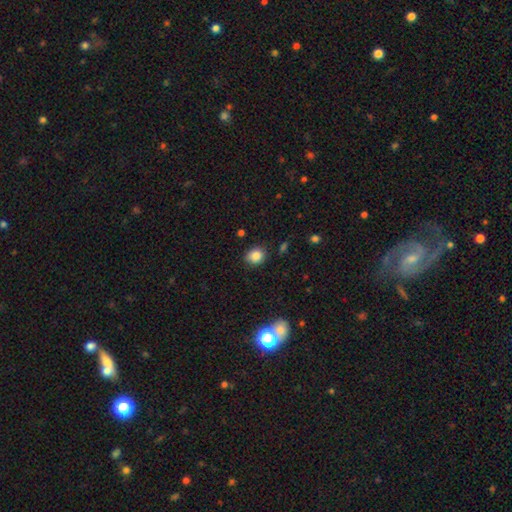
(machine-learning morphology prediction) Smooth or featured?
  - smooth: 85% *
  - star or artifact: 10%
  - featured or disk: 5%
How rounded?
  - round: 70% *
  - in between: 29%
  - cigar-shaped: 1%
Merging?
  - none: 84% *
  - minor disturbance: 11%
  - major disturbance: 3%
  - merger: 2%